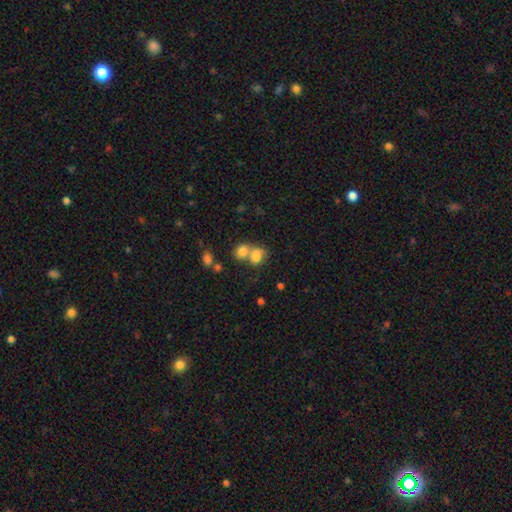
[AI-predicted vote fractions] This appears to be a smooth galaxy with no disk features (74%) that is in between round and cigar-shaped (56%). Merging: merger (63%).